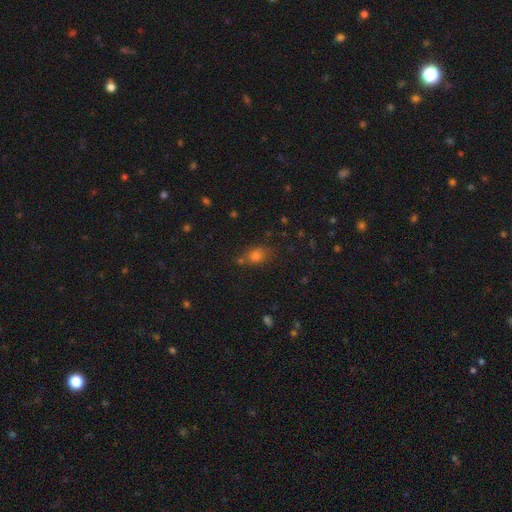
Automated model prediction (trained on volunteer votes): smooth-or-featured: smooth: 71% | star or artifact: 20% | featured or disk: 9%
  how-rounded: in between: 53% | round: 44% | cigar-shaped: 2%
  merging: none: 69% | minor disturbance: 17% | merger: 9% | major disturbance: 5%